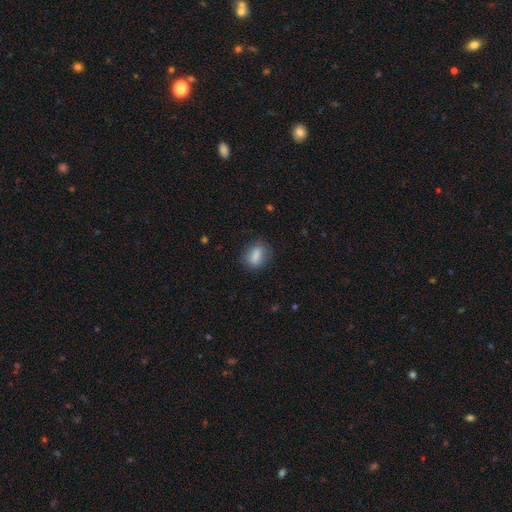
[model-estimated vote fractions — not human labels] Smooth or featured? smooth (83%)
How rounded? in between (73%)
Merging? none (77%)